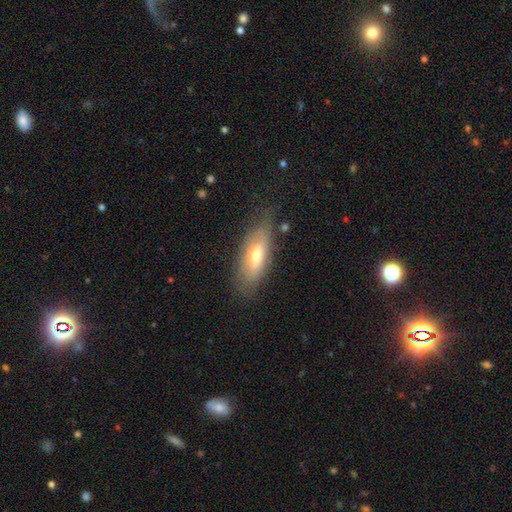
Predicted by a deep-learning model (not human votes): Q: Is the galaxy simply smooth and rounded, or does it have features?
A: smooth — 59%.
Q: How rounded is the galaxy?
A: in between — 66%.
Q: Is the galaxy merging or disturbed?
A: none — 71%.